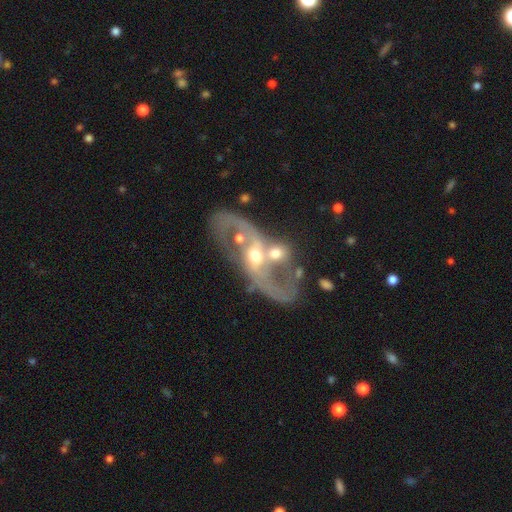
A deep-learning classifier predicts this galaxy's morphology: smooth_or_featured: featured or disk (p=0.80) [alt: smooth p=0.13]
disk_edge_on: no (p=0.94) [alt: yes p=0.06]
bar: no (p=0.53) [alt: weak p=0.28]
has_spiral_arms: yes (p=0.72) [alt: no p=0.28]
spiral_winding: loose (p=0.46) [alt: medium p=0.38]
spiral_arm_count: 2 (p=0.75) [alt: can't tell p=0.12]
bulge_size: moderate (p=0.62) [alt: small p=0.29]
merging: merger (p=0.45) [alt: none p=0.29]